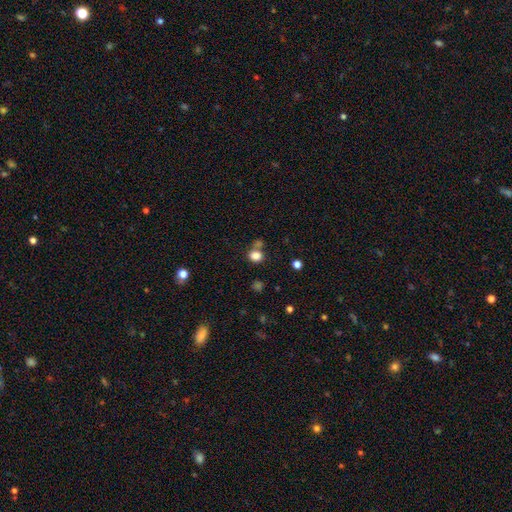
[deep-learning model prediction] This is clearly a smooth galaxy (82%). How rounded: likely round (64%). Merging: possibly none (56%).